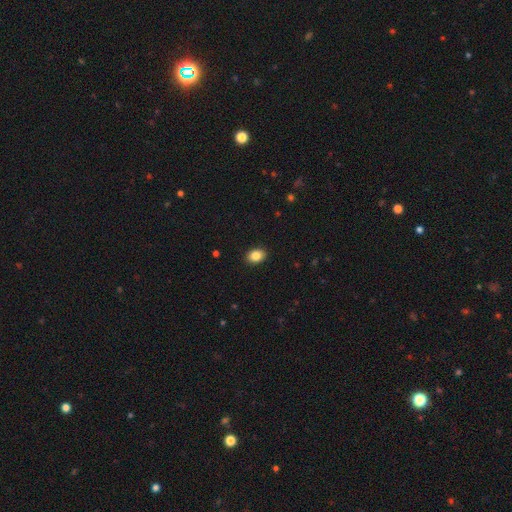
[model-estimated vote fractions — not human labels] A smooth galaxy with no disk features (86%) that is in between round and cigar-shaped (71%). Merging: none (90%).